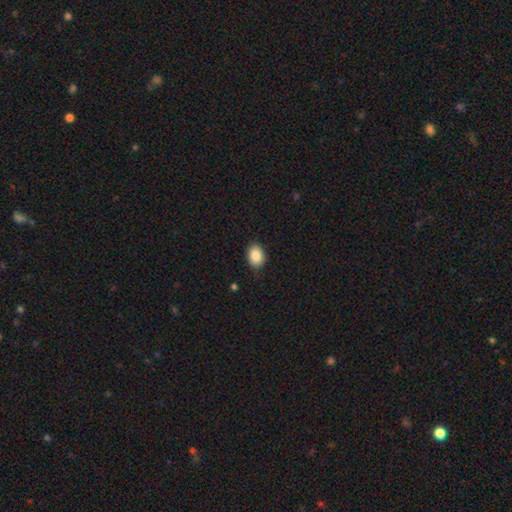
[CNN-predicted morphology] Smooth or featured?
  - smooth: 88% *
  - star or artifact: 8%
  - featured or disk: 5%
How rounded?
  - in between: 74% *
  - round: 25%
  - cigar-shaped: 1%
Merging?
  - none: 83% *
  - minor disturbance: 13%
  - major disturbance: 2%
  - merger: 1%